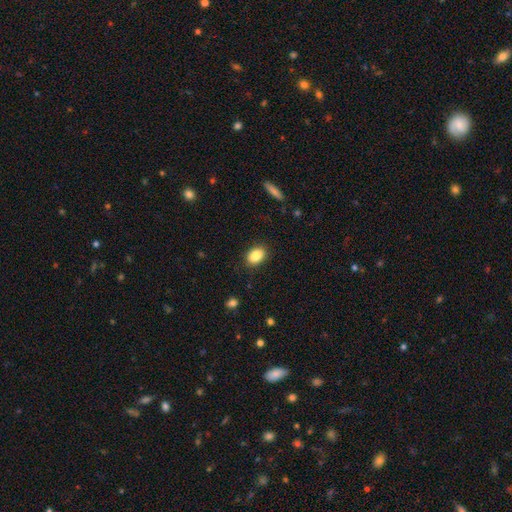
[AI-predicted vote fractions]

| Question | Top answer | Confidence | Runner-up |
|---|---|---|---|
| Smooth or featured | smooth | 87% | star or artifact (8%) |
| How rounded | in between | 84% | round (15%) |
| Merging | none | 87% | minor disturbance (10%) |